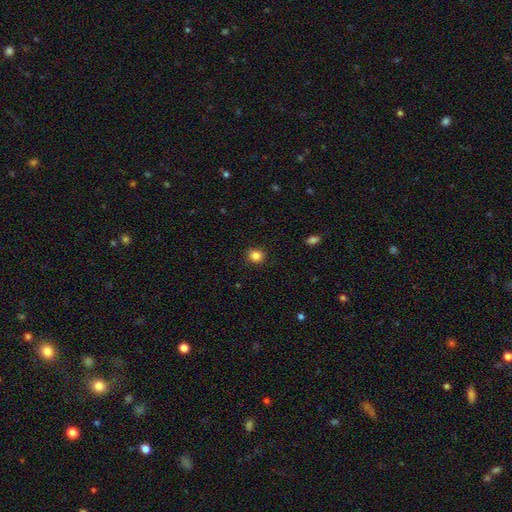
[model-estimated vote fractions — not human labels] Morphology: type=smooth (85%); roundness=round (82%); merging=none (89%).